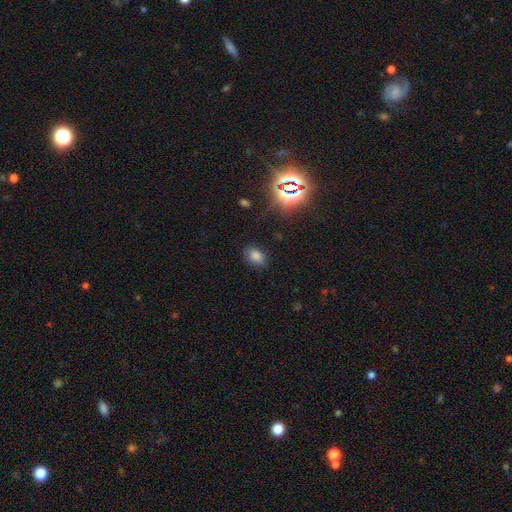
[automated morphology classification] smooth_or_featured: smooth (p=0.76) [alt: star or artifact p=0.18]
how_rounded: in between (p=0.77) [alt: round p=0.22]
merging: none (p=0.80) [alt: minor disturbance p=0.14]